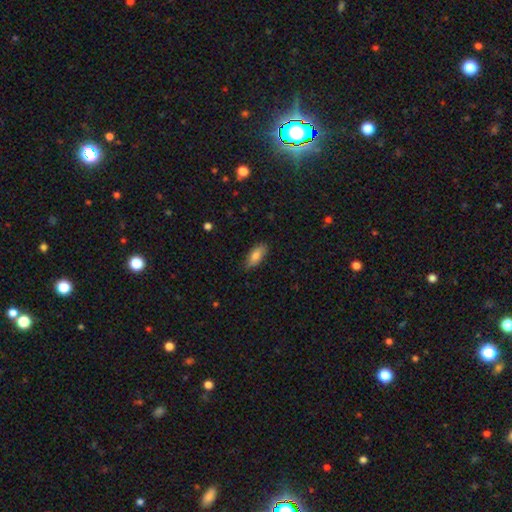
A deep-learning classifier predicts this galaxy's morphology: smooth-or-featured: smooth: 79% | featured or disk: 14% | star or artifact: 7%
  how-rounded: in between: 83% | cigar-shaped: 14% | round: 3%
  merging: none: 80% | minor disturbance: 16% | major disturbance: 2% | merger: 1%